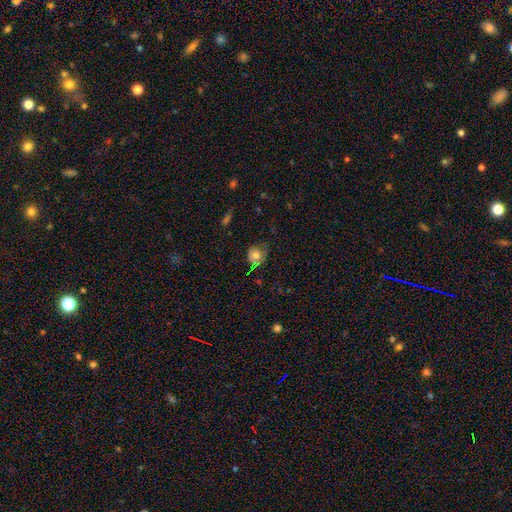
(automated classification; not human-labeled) The model was most divided on "merging": none: 59%, minor disturbance: 27%, major disturbance: 11%, merger: 2%. More confident: how rounded — round (77%); smooth or featured — smooth (65%).